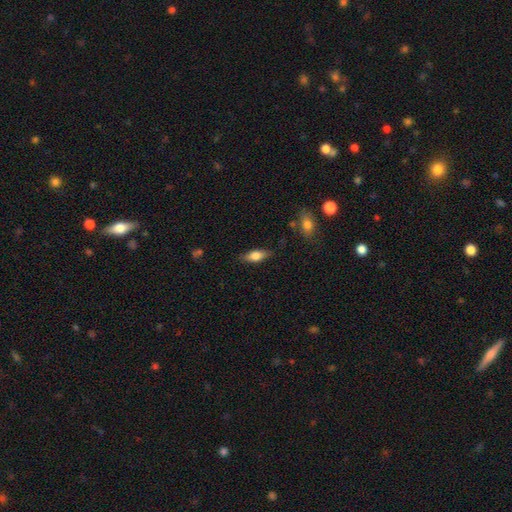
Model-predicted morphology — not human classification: Smooth or featured: smooth — 70% (featured or disk — 23%)
How rounded: in between — 76% (cigar-shaped — 21%)
Merging: none — 82% (minor disturbance — 14%)